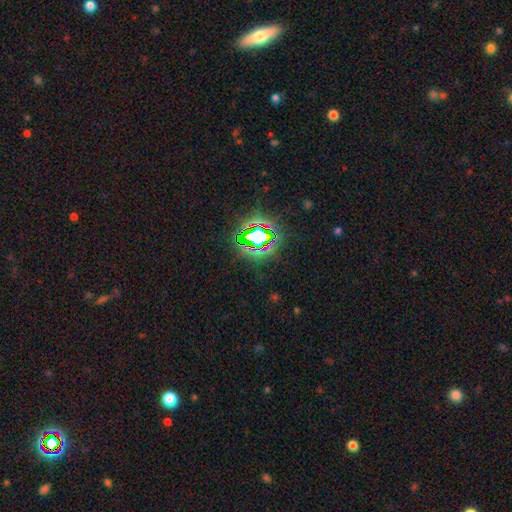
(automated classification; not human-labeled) Smooth or featured? star or artifact (81%)